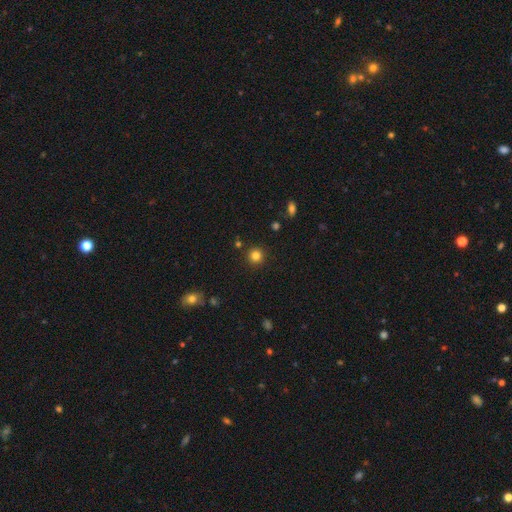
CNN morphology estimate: A smooth galaxy with no disk features (82%) that is round (95%).

Vote fractions:
- Smooth or featured? smooth: 82% / star or artifact: 13% / featured or disk: 5%
- How rounded? round: 95% / in between: 4% / cigar-shaped: 1%
- Merging? none: 91% / minor disturbance: 5% / merger: 2% / major disturbance: 2%